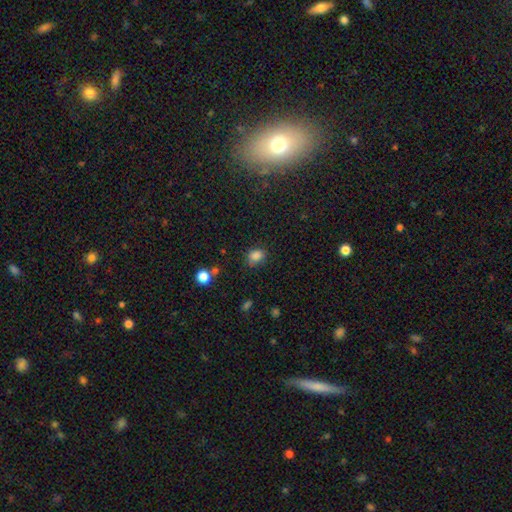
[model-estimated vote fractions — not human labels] Smooth or featured: smooth — 83% (star or artifact — 12%)
How rounded: in between — 60% (round — 39%)
Merging: none — 68% (minor disturbance — 23%)